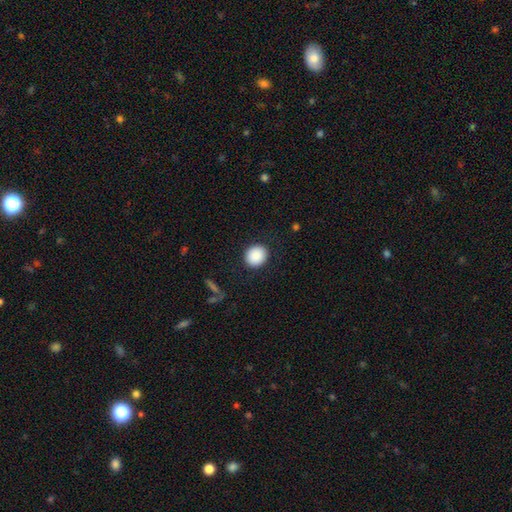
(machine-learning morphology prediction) Q: Smooth or featured?
A: smooth (90%); runner-up: star or artifact (7%)
Q: How rounded?
A: round (80%); runner-up: in between (19%)
Q: Merging?
A: none (89%); runner-up: minor disturbance (7%)